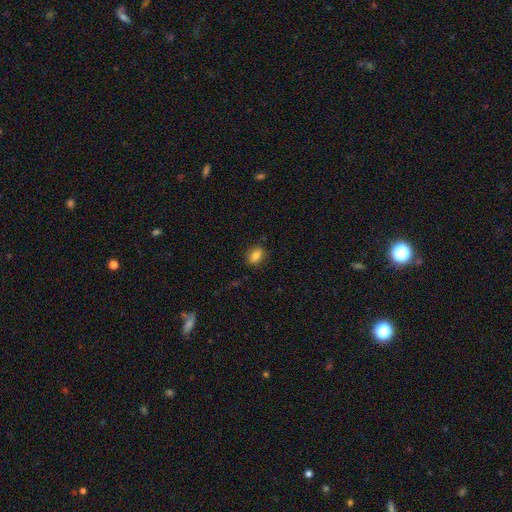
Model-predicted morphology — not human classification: The model was most divided on "how rounded": in between: 79%, round: 18%, cigar-shaped: 4%. More confident: merging — none (86%); smooth or featured — smooth (82%).